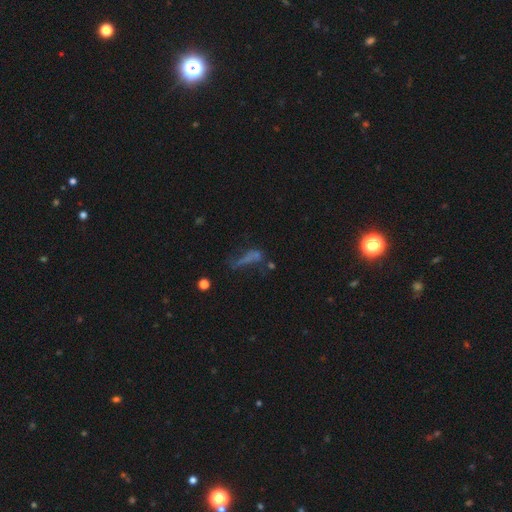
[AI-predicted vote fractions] Morphology: type=smooth (40%); merging=none (37%).